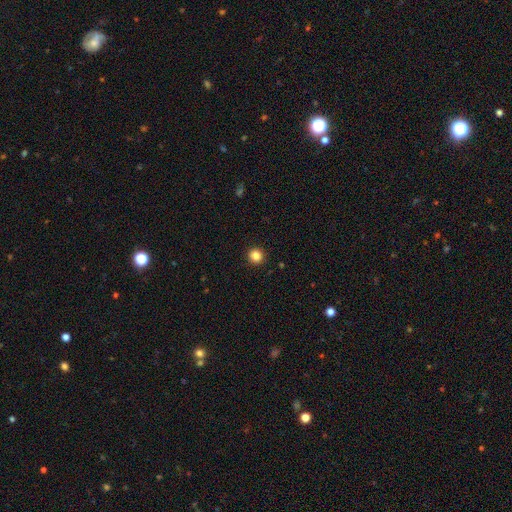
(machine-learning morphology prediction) smooth_or_featured: smooth (p=0.85) [alt: star or artifact p=0.11]
how_rounded: round (p=0.94) [alt: in between p=0.05]
merging: none (p=0.93) [alt: minor disturbance p=0.04]